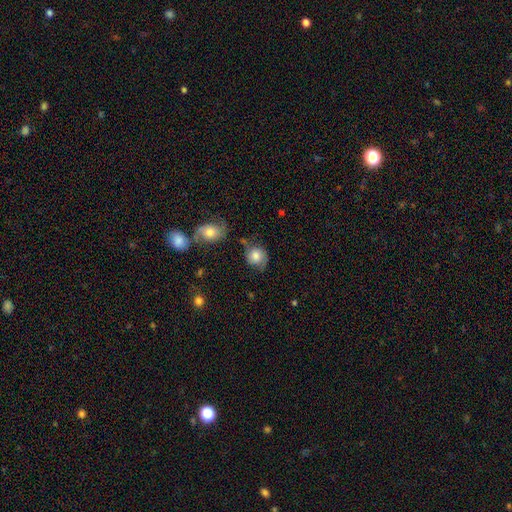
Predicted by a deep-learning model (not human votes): Smooth or featured? smooth (69%)
How rounded? round (73%)
Merging? none (56%)